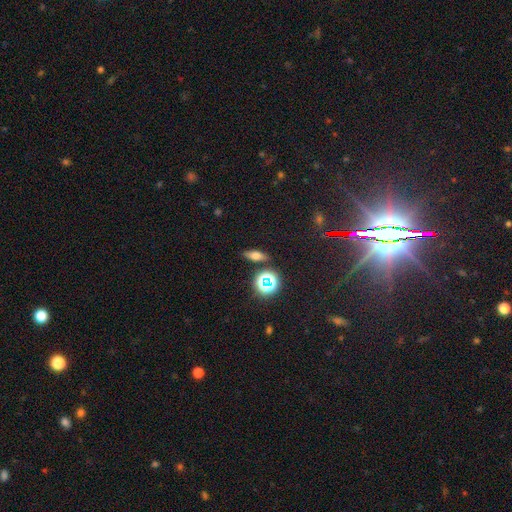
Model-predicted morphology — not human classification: Smooth or featured?
  - smooth: 57% *
  - featured or disk: 23%
  - star or artifact: 20%
How rounded?
  - in between: 54% *
  - cigar-shaped: 33%
  - round: 13%
Merging?
  - none: 84% *
  - minor disturbance: 10%
  - merger: 4%
  - major disturbance: 3%